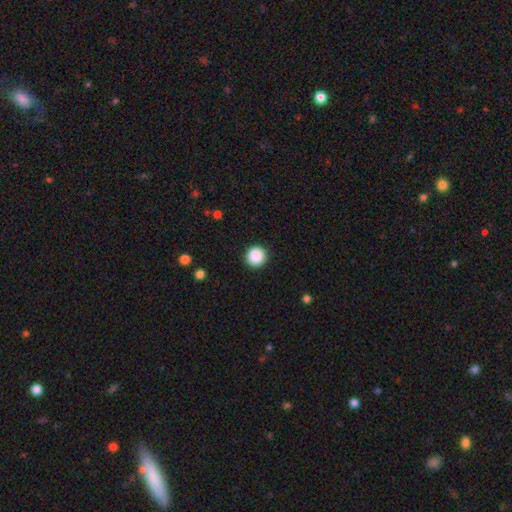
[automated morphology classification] type=smooth (88%); roundness=round (95%); merging=none (92%).